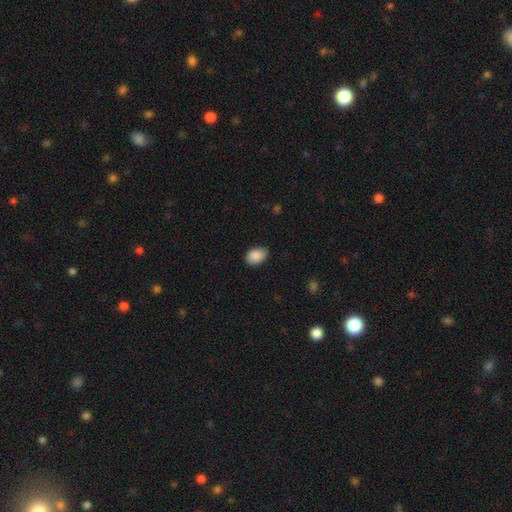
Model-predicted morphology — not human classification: A smooth galaxy with no disk features (89%) that is in between round and cigar-shaped (83%).

Vote fractions:
- Smooth or featured? smooth: 89% / star or artifact: 7% / featured or disk: 4%
- How rounded? in between: 83% / round: 16% / cigar-shaped: 1%
- Merging? none: 80% / minor disturbance: 17% / major disturbance: 3% / merger: 1%